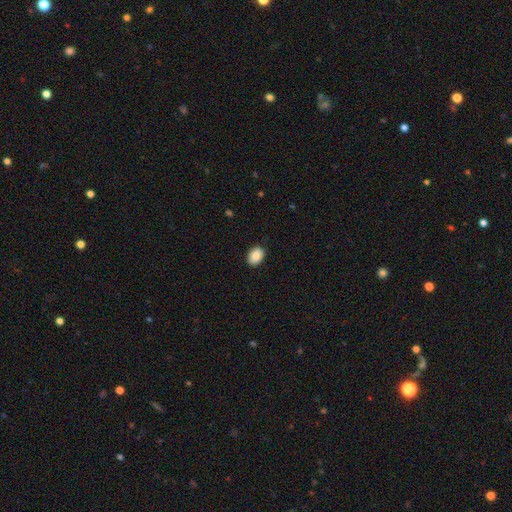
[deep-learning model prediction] smooth-or-featured: smooth: 87% | star or artifact: 7% | featured or disk: 5%
  how-rounded: in between: 77% | round: 22% | cigar-shaped: 1%
  merging: none: 89% | minor disturbance: 8% | major disturbance: 2% | merger: 1%